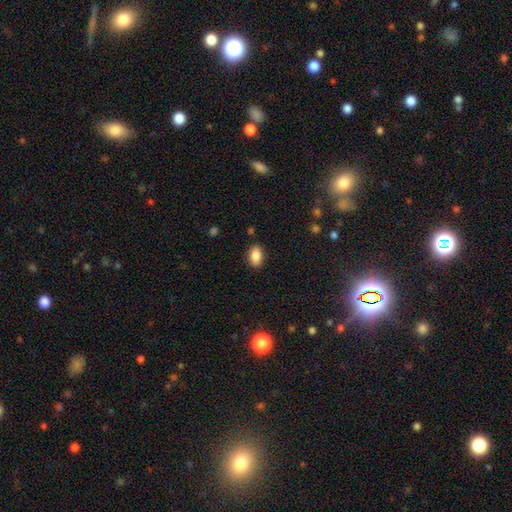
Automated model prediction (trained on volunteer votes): This is clearly a smooth galaxy (86%). How rounded: clearly in between (89%). Merging: clearly none (87%).